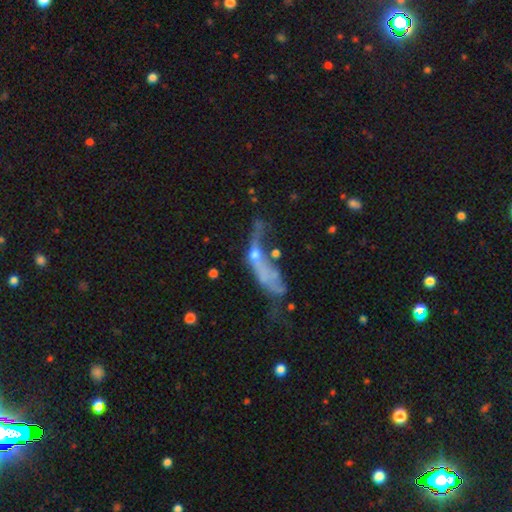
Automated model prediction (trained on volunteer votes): Smooth or featured?
  - featured or disk: 54% *
  - smooth: 32%
  - star or artifact: 15%
Edge-on disk?
  - no: 71% *
  - yes: 29%
Merging?
  - major disturbance: 41% *
  - merger: 28%
  - none: 18%
  - minor disturbance: 13%